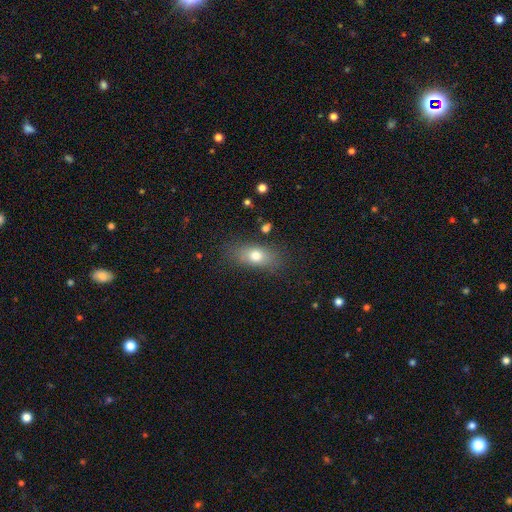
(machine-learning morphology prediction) Smooth or featured?
  - smooth: 74% *
  - featured or disk: 16%
  - star or artifact: 10%
How rounded?
  - in between: 77% *
  - round: 12%
  - cigar-shaped: 10%
Merging?
  - none: 77% *
  - minor disturbance: 15%
  - major disturbance: 6%
  - merger: 2%